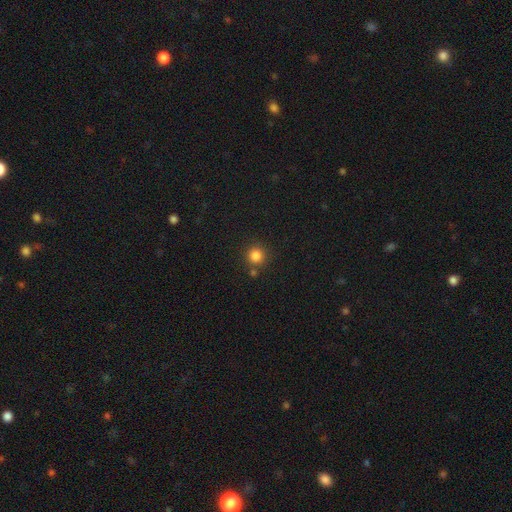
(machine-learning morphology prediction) A smooth galaxy with no disk features (83%) that is round (93%).

Vote fractions:
- Smooth or featured? smooth: 83% / star or artifact: 12% / featured or disk: 4%
- How rounded? round: 93% / in between: 6% / cigar-shaped: 1%
- Merging? none: 81% / merger: 8% / minor disturbance: 8% / major disturbance: 3%